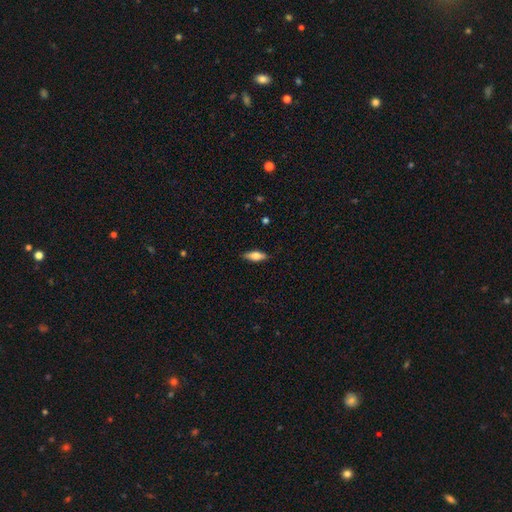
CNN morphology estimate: A smooth galaxy with no disk features (67%) that is in between round and cigar-shaped (68%). Merging: none (85%).